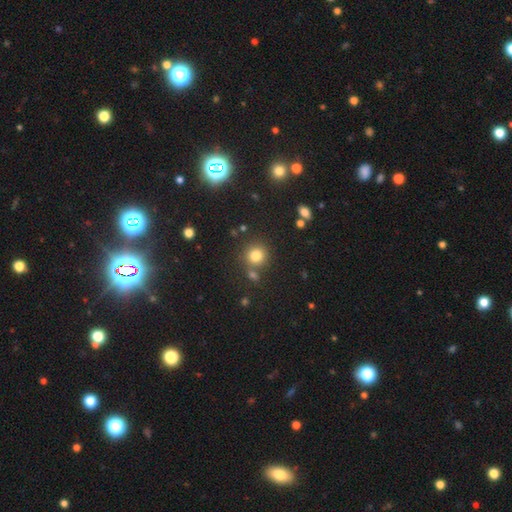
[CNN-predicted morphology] A smooth galaxy with no disk features (78%) that is round (89%). Merging: none (73%).